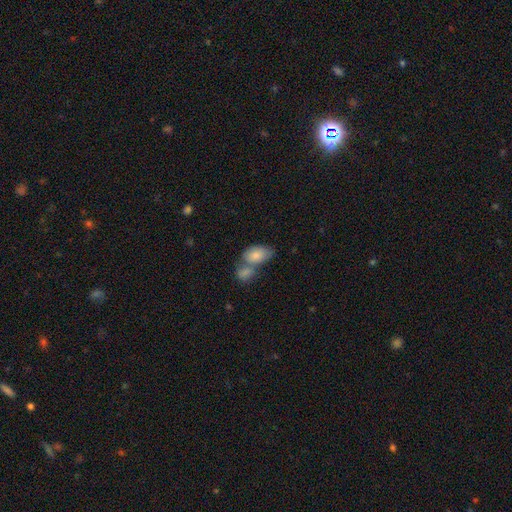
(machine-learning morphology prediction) The model was most divided on "merging": merger: 58%, none: 26%, minor disturbance: 11%, major disturbance: 5%. More confident: how rounded — in between (91%); smooth or featured — smooth (82%).